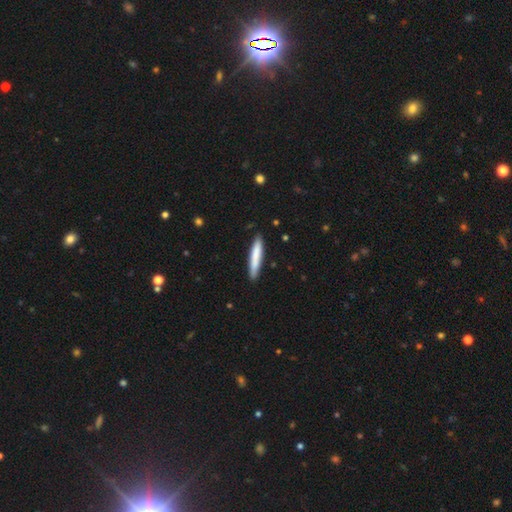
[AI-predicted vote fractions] Smooth or featured? smooth (77%)
How rounded? cigar-shaped (92%)
Merging? none (88%)